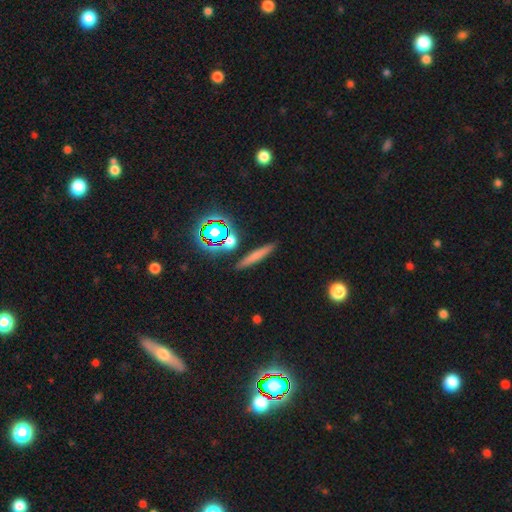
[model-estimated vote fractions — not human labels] This appears to be a smooth galaxy with no disk features (59%) that is cigar-shaped (88%). Merging: none (88%).